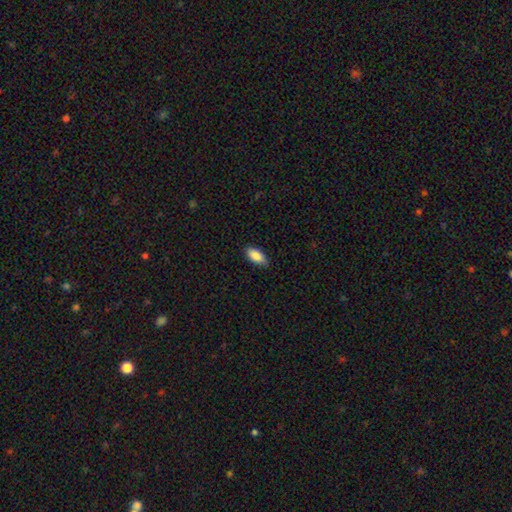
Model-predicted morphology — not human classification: Q: Smooth or featured?
A: smooth (88%); runner-up: star or artifact (7%)
Q: How rounded?
A: in between (90%); runner-up: cigar-shaped (8%)
Q: Merging?
A: none (83%); runner-up: minor disturbance (13%)